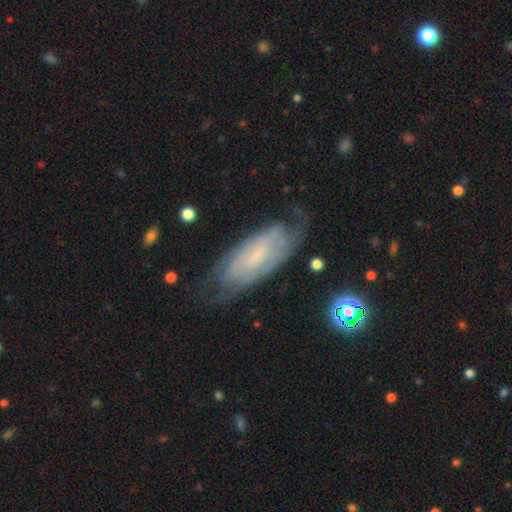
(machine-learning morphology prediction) This is likely a featured or disk galaxy (64%). It is clearly not viewed edge-on (87%). Bar: possibly no (48%). Spiral arm pattern: clearly yes (84%). Central bulge: possibly small (57%). Merging: likely none (64%).